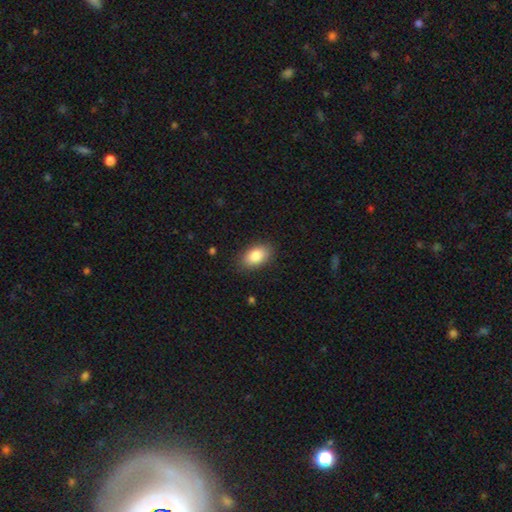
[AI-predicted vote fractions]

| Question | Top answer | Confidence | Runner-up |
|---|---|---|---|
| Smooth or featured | smooth | 85% | featured or disk (8%) |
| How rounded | in between | 92% | round (7%) |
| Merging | none | 86% | minor disturbance (10%) |